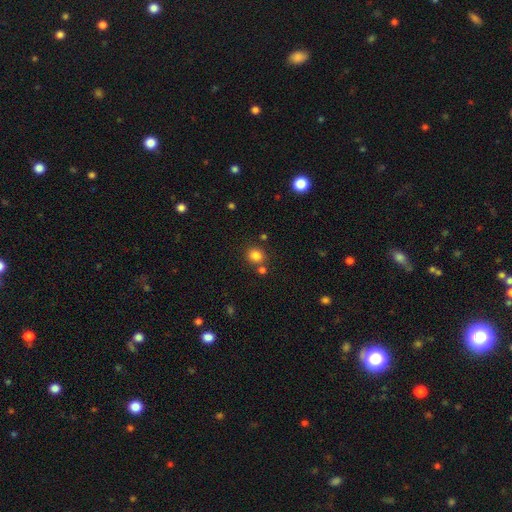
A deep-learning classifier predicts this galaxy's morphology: This is clearly a smooth galaxy (83%). How rounded: clearly round (81%). Merging: likely none (75%).